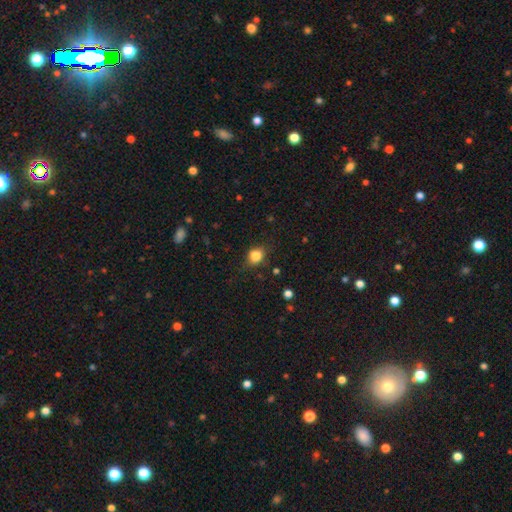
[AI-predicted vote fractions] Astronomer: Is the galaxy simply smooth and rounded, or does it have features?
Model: smooth — 83%.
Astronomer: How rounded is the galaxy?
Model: round — 61% (runner-up: in between, 38%).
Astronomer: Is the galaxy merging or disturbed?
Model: none — 76%.